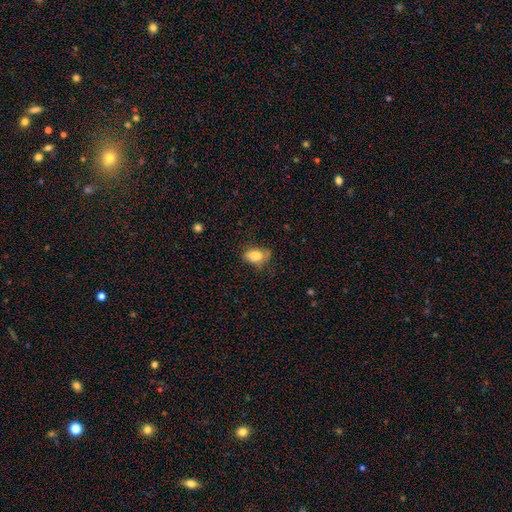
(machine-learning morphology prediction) Smooth or featured? Predicted: smooth (p=0.81). How rounded? Predicted: in between (p=0.85). Merging? Predicted: none (p=0.55).